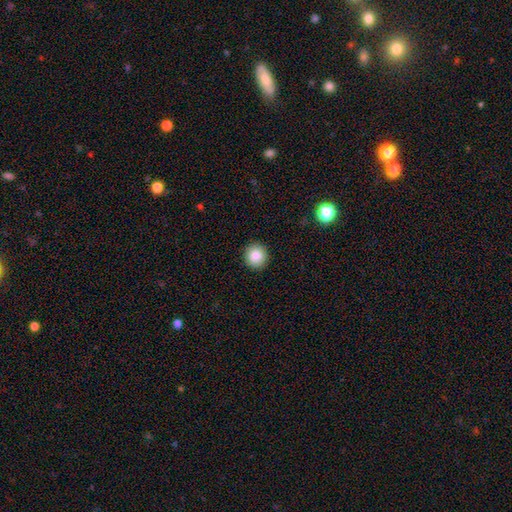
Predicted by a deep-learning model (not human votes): Smooth or featured? smooth (86%)
How rounded? round (91%)
Merging? none (92%)